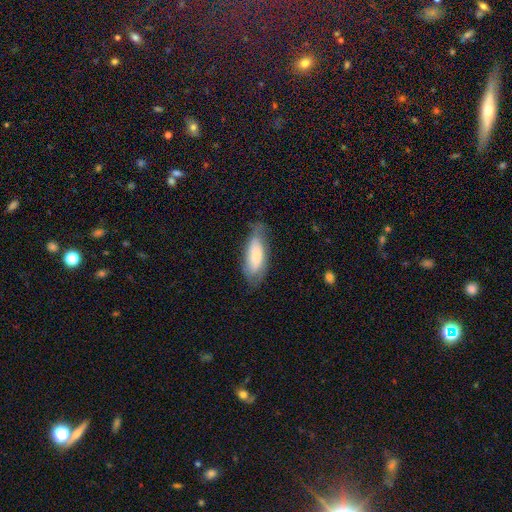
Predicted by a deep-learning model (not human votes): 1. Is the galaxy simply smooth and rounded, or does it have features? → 72% smooth, 22% featured or disk, 6% star or artifact.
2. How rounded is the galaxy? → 73% in between, 25% cigar-shaped, 2% round.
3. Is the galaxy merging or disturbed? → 58% none, 31% minor disturbance, 10% major disturbance, 2% merger.